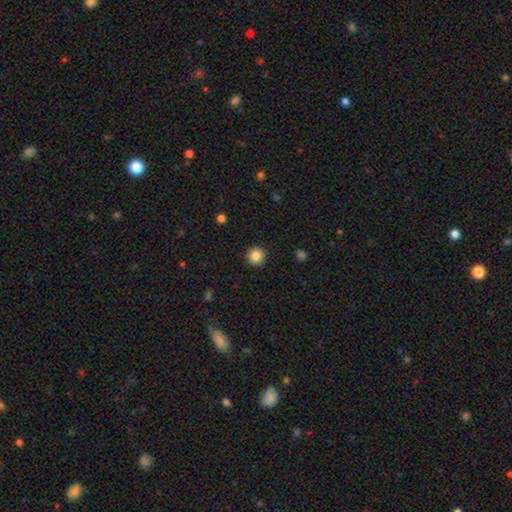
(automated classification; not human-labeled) This is clearly a smooth galaxy (86%). How rounded: clearly round (95%). Merging: clearly none (93%).